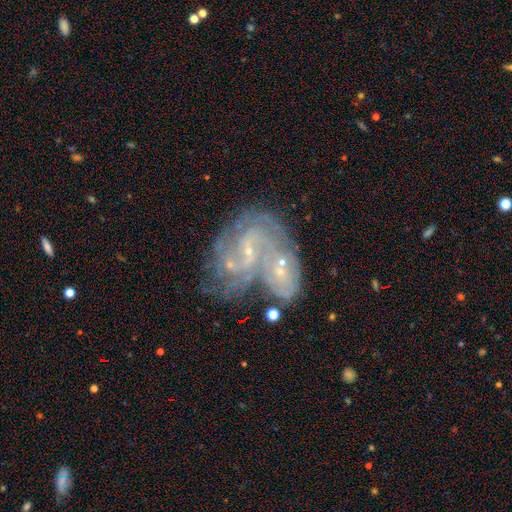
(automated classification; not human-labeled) Smooth or featured? featured or disk (80%)
Edge-on disk? no (97%)
Bar? weak (46%)
Spiral arms? yes (91%)
Spiral winding? tight (47%)
Spiral arm count? 2 (34%)
Bulge size? small (73%)
Merging? merger (59%)